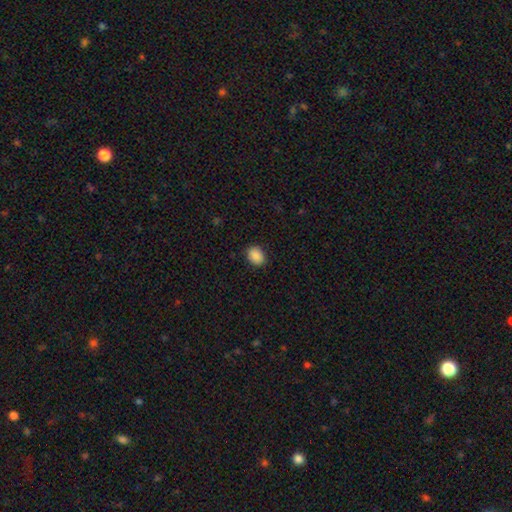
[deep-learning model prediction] Smooth or featured?
  - smooth: 89% *
  - star or artifact: 8%
  - featured or disk: 3%
How rounded?
  - in between: 61% *
  - round: 38%
  - cigar-shaped: 1%
Merging?
  - none: 88% *
  - minor disturbance: 9%
  - major disturbance: 2%
  - merger: 1%